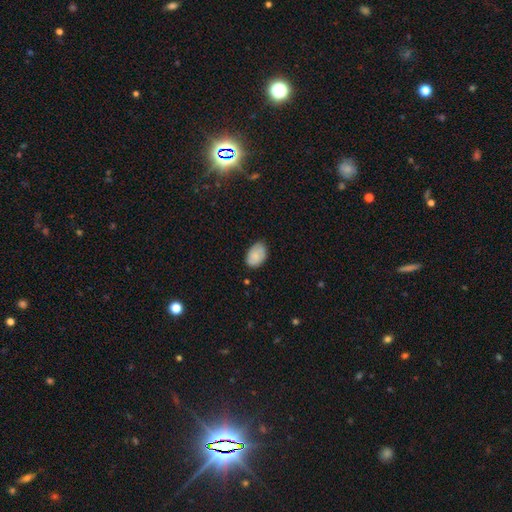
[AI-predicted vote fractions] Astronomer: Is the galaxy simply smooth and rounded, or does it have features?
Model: smooth — 79%.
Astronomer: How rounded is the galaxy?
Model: in between — 89%.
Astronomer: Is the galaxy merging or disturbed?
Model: none — 73%.